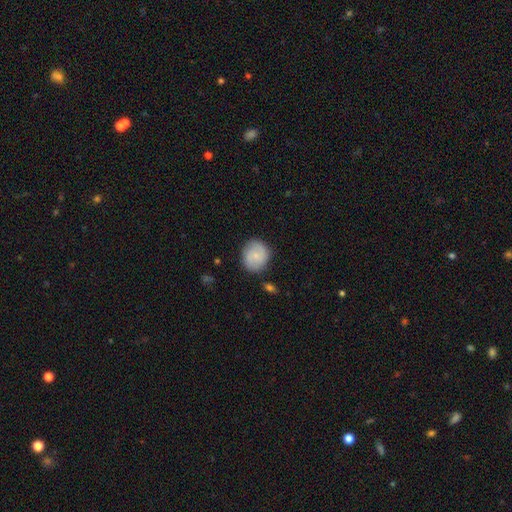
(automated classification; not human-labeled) This appears to be a smooth galaxy with no disk features (58%) that is round (81%). Merging: none (81%).